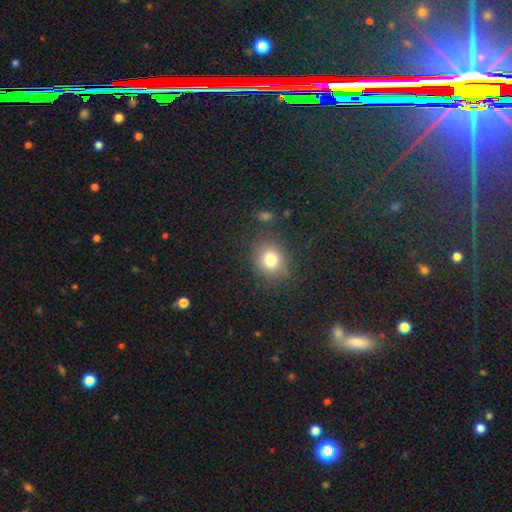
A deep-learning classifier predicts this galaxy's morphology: Q: Smooth or featured?
A: star or artifact (46%); runner-up: smooth (43%)